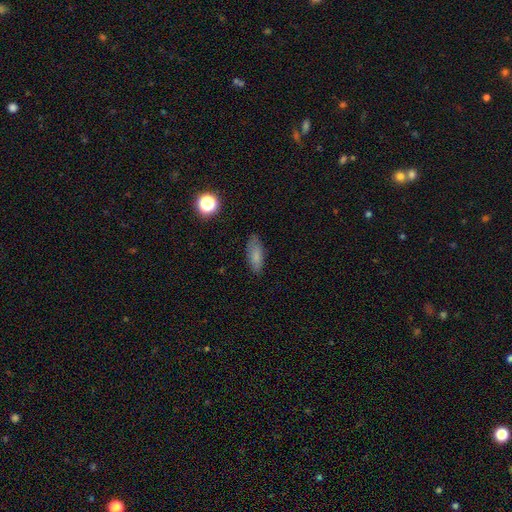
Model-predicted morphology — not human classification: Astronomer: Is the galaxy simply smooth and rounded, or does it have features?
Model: smooth — 79%.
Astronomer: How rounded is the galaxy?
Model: in between — 75%.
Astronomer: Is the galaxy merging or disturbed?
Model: none — 79%.